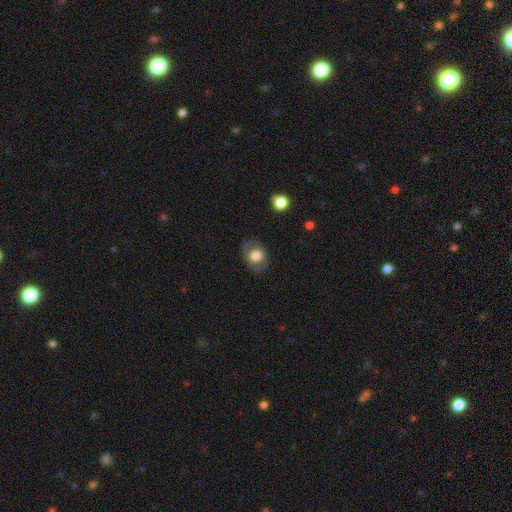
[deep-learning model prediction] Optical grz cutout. It shows a smooth galaxy with no disk features (62%) that is in between round and cigar-shaped (61%). Merging: none (78%).